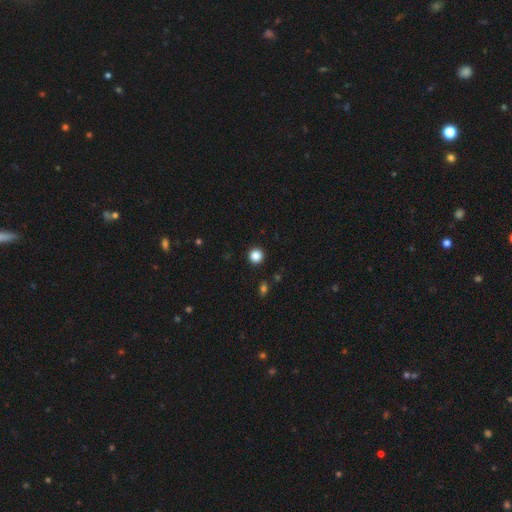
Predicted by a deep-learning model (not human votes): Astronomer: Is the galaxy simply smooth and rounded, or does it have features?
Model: smooth — 86%.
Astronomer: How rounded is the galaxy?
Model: round — 95%.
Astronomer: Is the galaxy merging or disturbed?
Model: none — 93%.